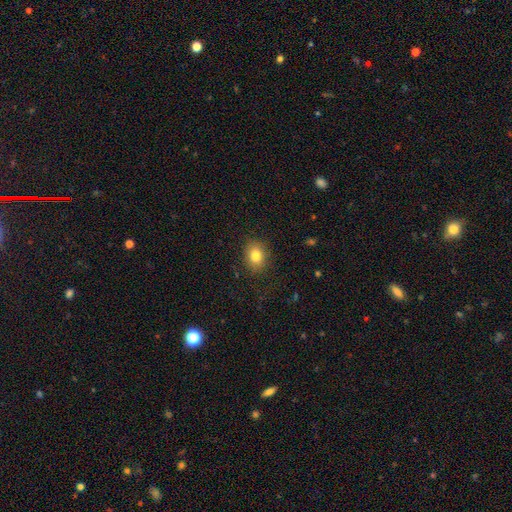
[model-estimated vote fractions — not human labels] Overall: smooth (82%). How rounded: in between (51%; round 48%). Merging: none (85%).